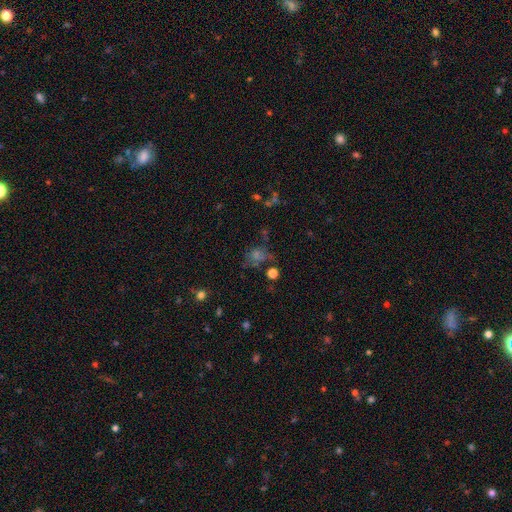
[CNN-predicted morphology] Smooth or featured? Predicted: smooth (p=0.44). Merging? Predicted: none (p=0.47).